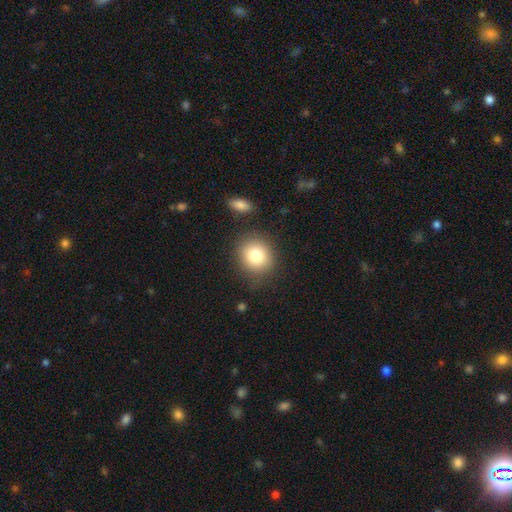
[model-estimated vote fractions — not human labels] smooth_or_featured: smooth (p=0.81) [alt: star or artifact p=0.10]
how_rounded: round (p=0.79) [alt: in between p=0.20]
merging: none (p=0.82) [alt: minor disturbance p=0.11]